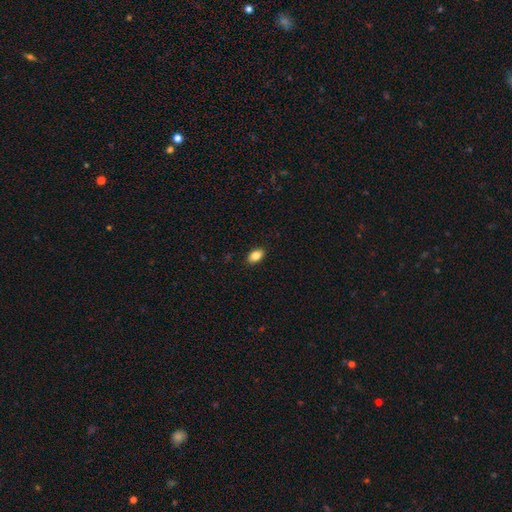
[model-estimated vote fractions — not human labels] Q: Smooth or featured?
A: smooth (84%); runner-up: star or artifact (8%)
Q: How rounded?
A: in between (89%); runner-up: round (9%)
Q: Merging?
A: none (89%); runner-up: minor disturbance (8%)